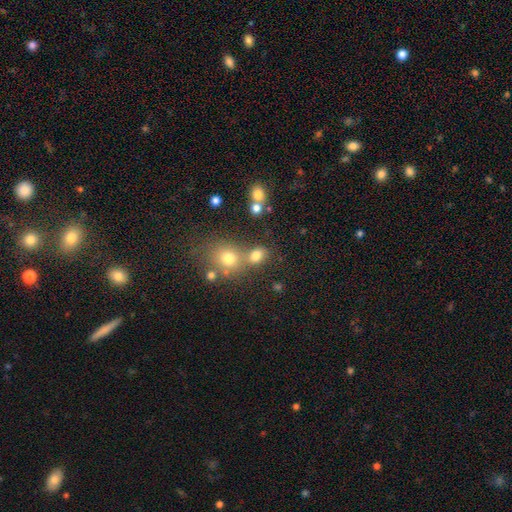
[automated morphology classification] The model was most divided on "merging": none: 51%, merger: 35%, minor disturbance: 10%, major disturbance: 4%. More confident: smooth or featured — smooth (68%); how rounded — round (62%).